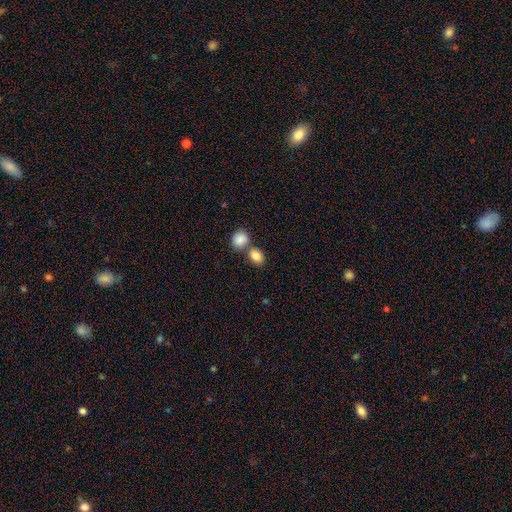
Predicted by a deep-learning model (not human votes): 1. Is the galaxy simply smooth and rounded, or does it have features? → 85% smooth, 8% star or artifact, 6% featured or disk.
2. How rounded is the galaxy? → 65% in between, 34% round, 1% cigar-shaped.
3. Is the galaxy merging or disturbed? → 48% none, 41% merger, 8% minor disturbance, 3% major disturbance.